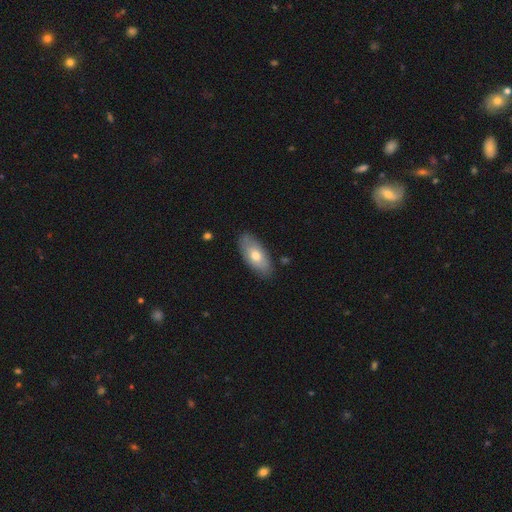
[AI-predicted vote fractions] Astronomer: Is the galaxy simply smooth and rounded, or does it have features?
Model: smooth — 67%.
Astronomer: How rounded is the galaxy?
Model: in between — 88%.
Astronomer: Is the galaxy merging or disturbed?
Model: none — 83%.